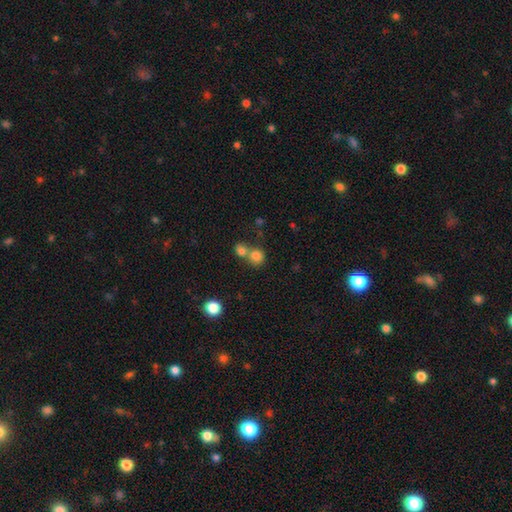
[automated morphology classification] This is likely a smooth galaxy (80%). How rounded: clearly round (84%). Merging: possibly merger (47%).